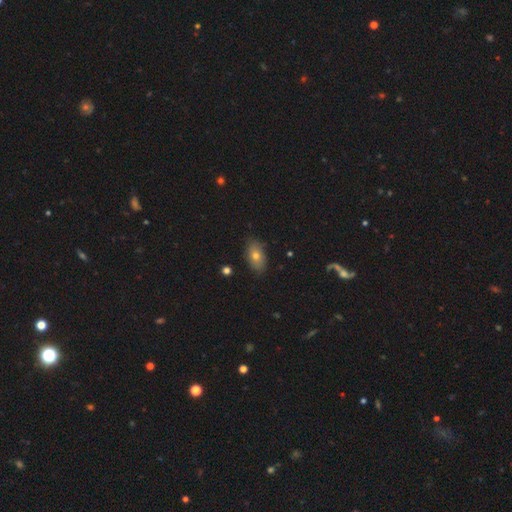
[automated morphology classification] Smooth or featured? smooth (73%)
How rounded? in between (88%)
Merging? none (82%)